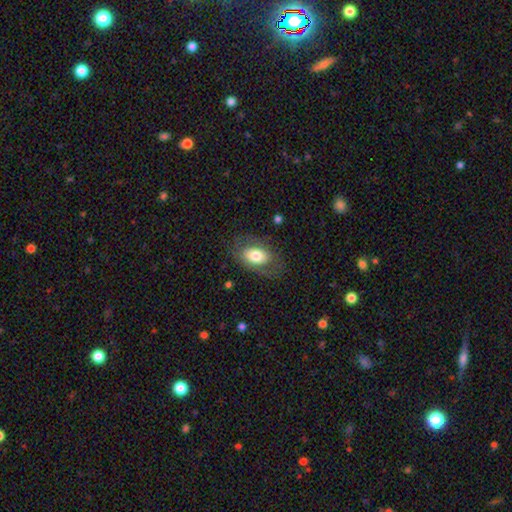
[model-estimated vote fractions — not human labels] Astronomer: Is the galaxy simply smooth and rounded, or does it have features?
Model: smooth — 66%.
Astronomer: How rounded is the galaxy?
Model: in between — 86%.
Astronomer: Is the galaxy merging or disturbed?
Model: none — 73%.